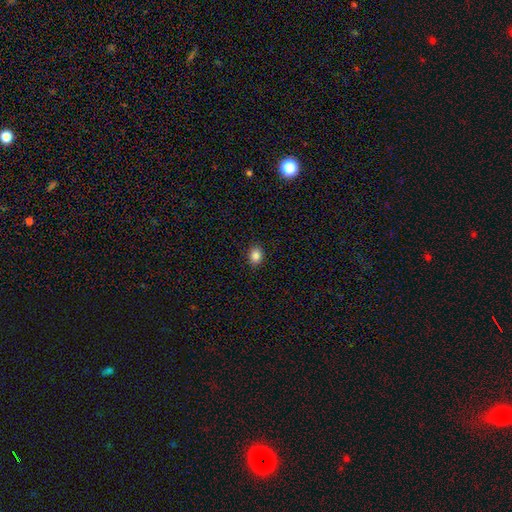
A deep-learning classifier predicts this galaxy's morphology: type=smooth (86%); roundness=round (51%); merging=none (90%).